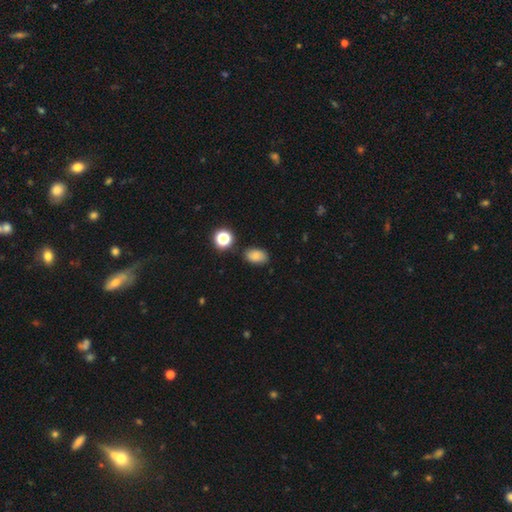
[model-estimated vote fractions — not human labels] Morphology: type=smooth (82%); roundness=in between (87%); merging=none (82%).